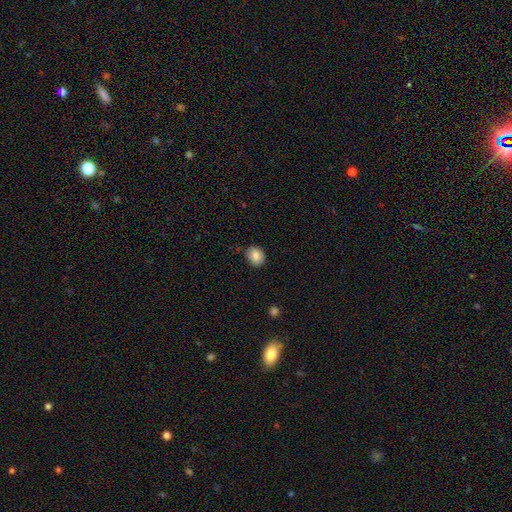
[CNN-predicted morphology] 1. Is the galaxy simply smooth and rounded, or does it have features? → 87% smooth, 9% star or artifact, 5% featured or disk.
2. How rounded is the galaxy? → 57% round, 42% in between, 1% cigar-shaped.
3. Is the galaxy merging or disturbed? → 79% none, 16% minor disturbance, 3% major disturbance, 1% merger.